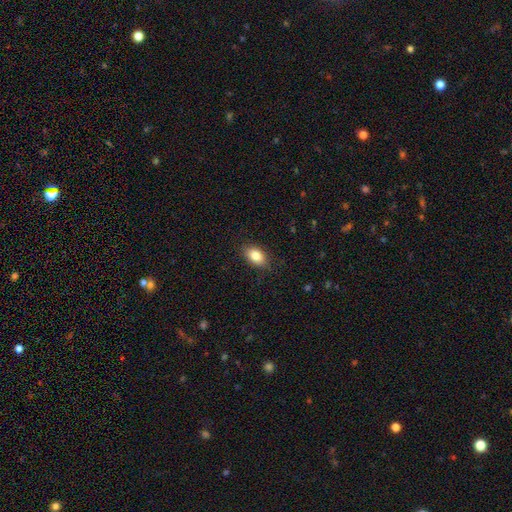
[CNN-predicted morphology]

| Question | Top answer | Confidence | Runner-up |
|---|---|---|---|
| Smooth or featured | smooth | 85% | star or artifact (8%) |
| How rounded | in between | 89% | round (9%) |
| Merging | none | 85% | minor disturbance (12%) |